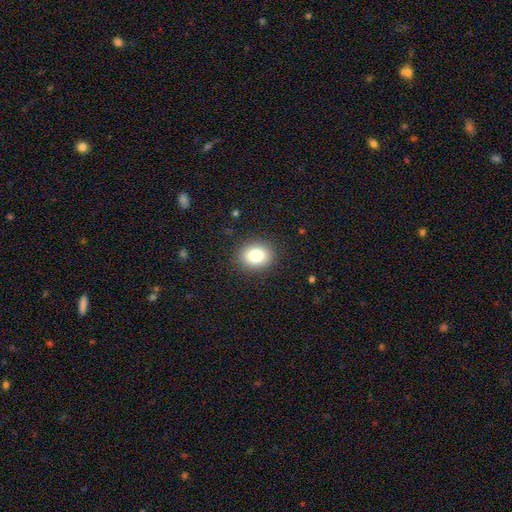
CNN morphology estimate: Overall: smooth (81%). How rounded: round (58%; in between 42%). Merging: none (88%).